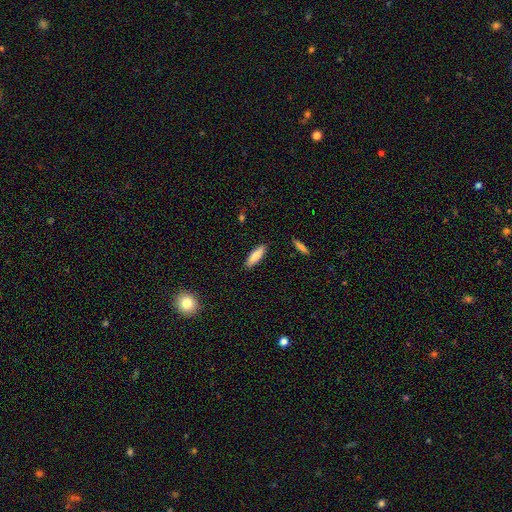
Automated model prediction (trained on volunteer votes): smooth-or-featured: smooth: 78% | featured or disk: 16% | star or artifact: 6%
  how-rounded: cigar-shaped: 58% | in between: 40% | round: 2%
  merging: none: 88% | minor disturbance: 9% | major disturbance: 2% | merger: 1%